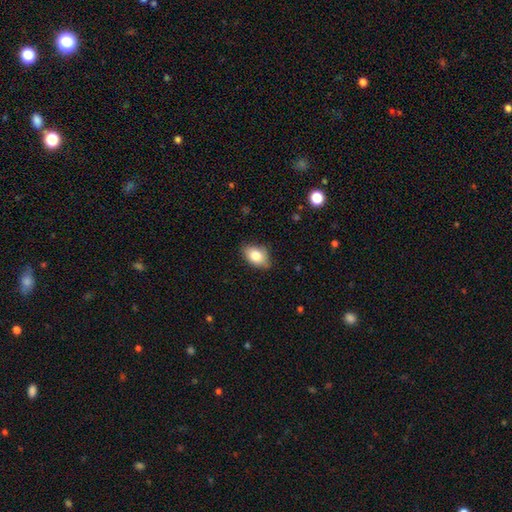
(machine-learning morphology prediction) smooth-or-featured: smooth: 82% | featured or disk: 11% | star or artifact: 8%
  how-rounded: in between: 88% | round: 10% | cigar-shaped: 2%
  merging: none: 75% | minor disturbance: 21% | major disturbance: 3% | merger: 1%